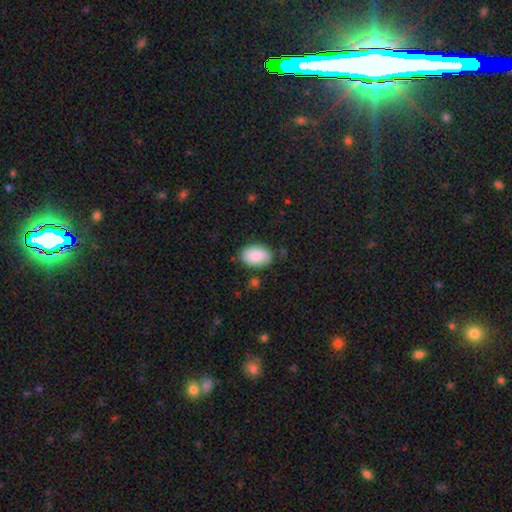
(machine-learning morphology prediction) type=smooth (87%); roundness=in between (90%); merging=none (81%).